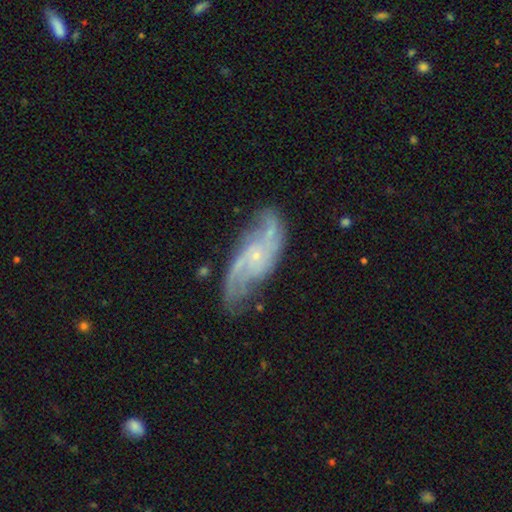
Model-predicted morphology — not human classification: type=featured or disk (83%); edge-on=no (93%); bar=no (68%); spiral arms=yes (94%); winding=medium (42%); arm count=2 (65%); bulge=small (82%); merging=none (65%).